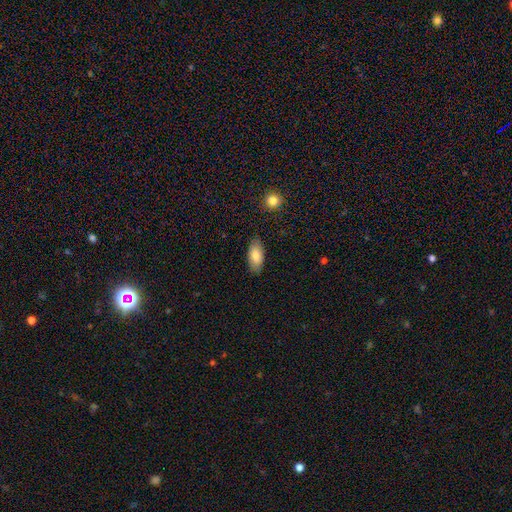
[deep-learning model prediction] This is clearly a smooth galaxy (84%). How rounded: clearly in between (91%). Merging: clearly none (84%).